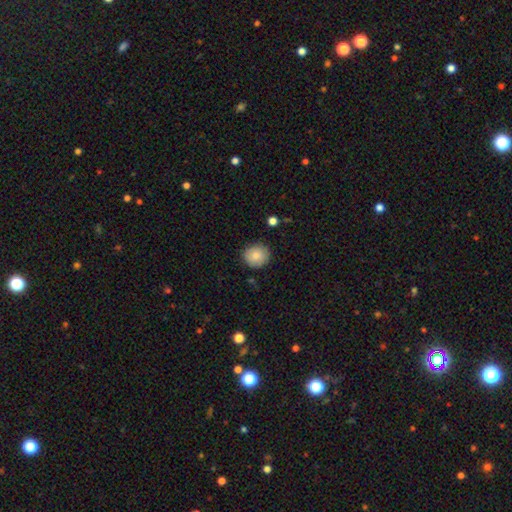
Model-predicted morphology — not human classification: Smooth or featured? Predicted: smooth (p=0.85). How rounded? Predicted: round (p=0.84). Merging? Predicted: none (p=0.87).